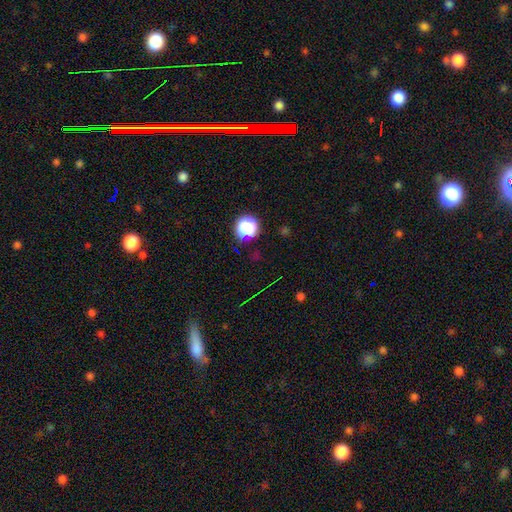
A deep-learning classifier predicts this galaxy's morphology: This is possibly a star or artifact rather than a galaxy (54%).